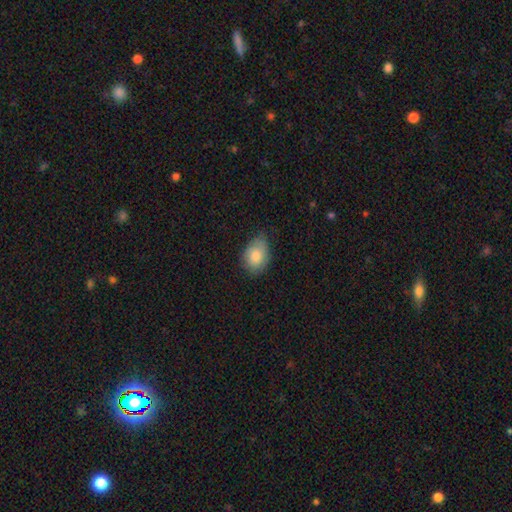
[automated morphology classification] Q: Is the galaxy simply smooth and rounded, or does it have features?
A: smooth — 83%.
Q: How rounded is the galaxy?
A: in between — 77%.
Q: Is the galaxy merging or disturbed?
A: none — 64%.